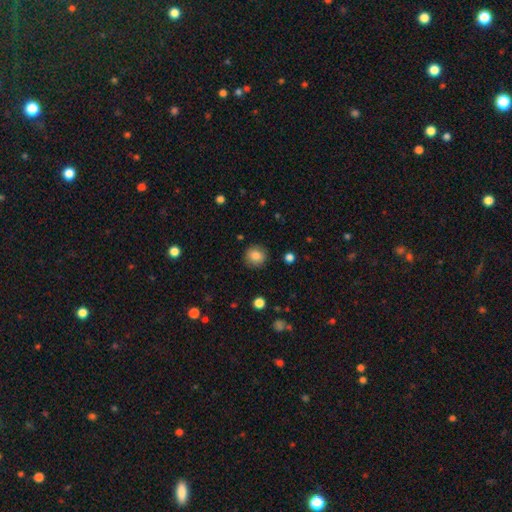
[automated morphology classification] Smooth or featured: smooth — 84% (star or artifact — 10%)
How rounded: round — 89% (in between — 10%)
Merging: none — 89% (minor disturbance — 7%)